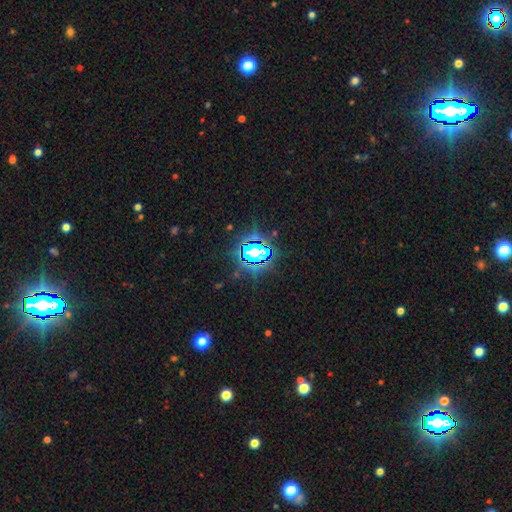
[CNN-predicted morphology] A star or artifact, not a galaxy (84%).